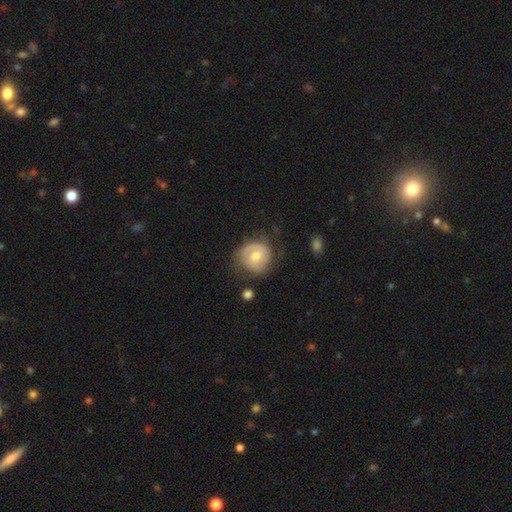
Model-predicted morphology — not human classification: Smooth or featured? smooth (50%)
How rounded? round (85%)
Merging? none (61%)